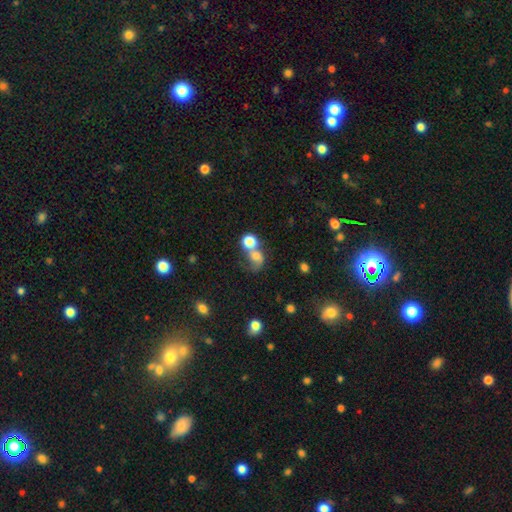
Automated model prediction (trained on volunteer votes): A smooth galaxy with no disk features (55%) that is round (62%).

Vote fractions:
- Smooth or featured? smooth: 55% / featured or disk: 31% / star or artifact: 14%
- How rounded? round: 62% / in between: 37% / cigar-shaped: 2%
- Merging? merger: 52% / none: 23% / major disturbance: 15% / minor disturbance: 10%